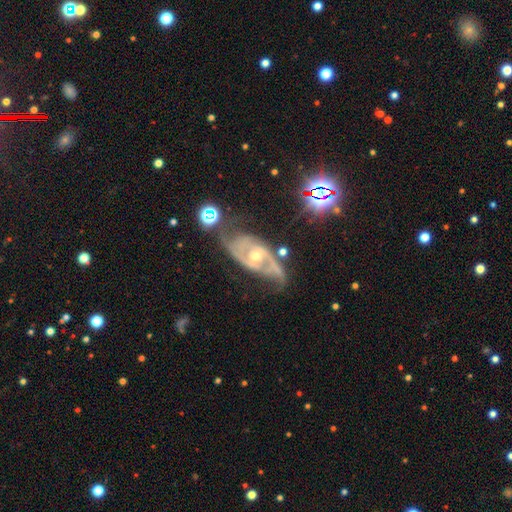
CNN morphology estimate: This appears to be a featured or disk galaxy (86%) with no bar (57%), 2 (70%) medium (45%) spiral arms (95%) and a moderate central bulge (56%). Merging: none (54%).